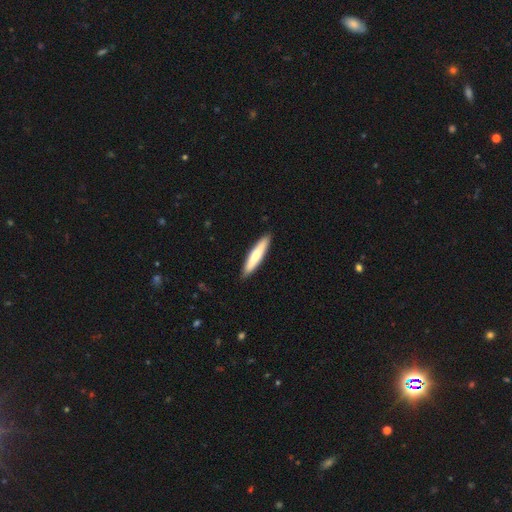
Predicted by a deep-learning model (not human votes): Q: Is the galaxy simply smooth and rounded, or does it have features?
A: smooth — 67%.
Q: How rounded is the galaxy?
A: cigar-shaped — 88%.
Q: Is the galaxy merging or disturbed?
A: none — 91%.